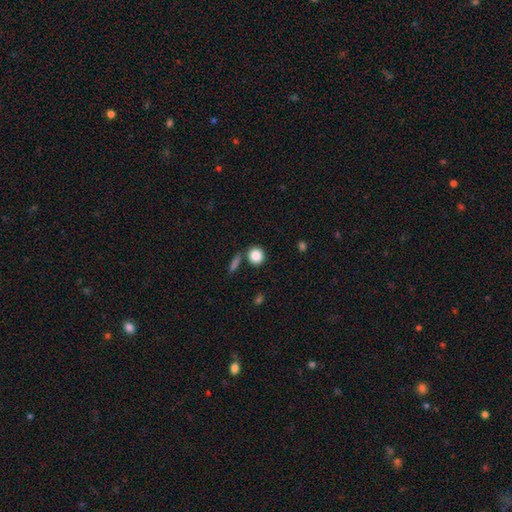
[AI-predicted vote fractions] Smooth or featured? smooth (87%)
How rounded? round (87%)
Merging? none (79%)